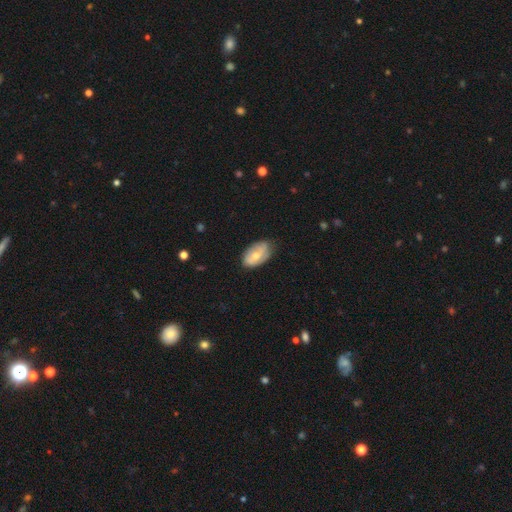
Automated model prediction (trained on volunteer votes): This appears to be a smooth galaxy with no disk features (56%) that is in between round and cigar-shaped (91%). Merging: none (66%).